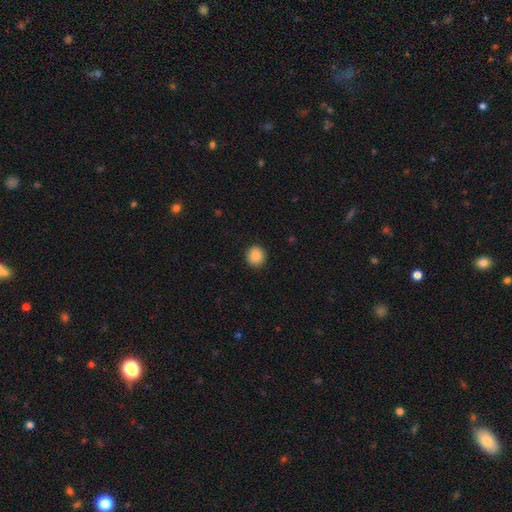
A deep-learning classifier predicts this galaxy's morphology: smooth_or_featured: smooth (p=0.87) [alt: star or artifact p=0.09]
how_rounded: round (p=0.91) [alt: in between p=0.08]
merging: none (p=0.91) [alt: minor disturbance p=0.06]